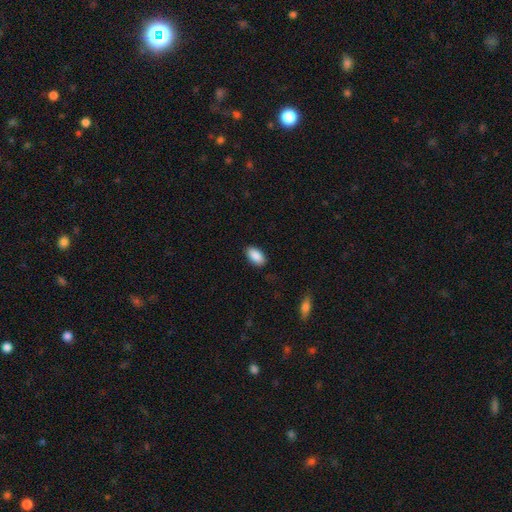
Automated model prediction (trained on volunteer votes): Smooth or featured? smooth (90%)
How rounded? in between (94%)
Merging? none (87%)